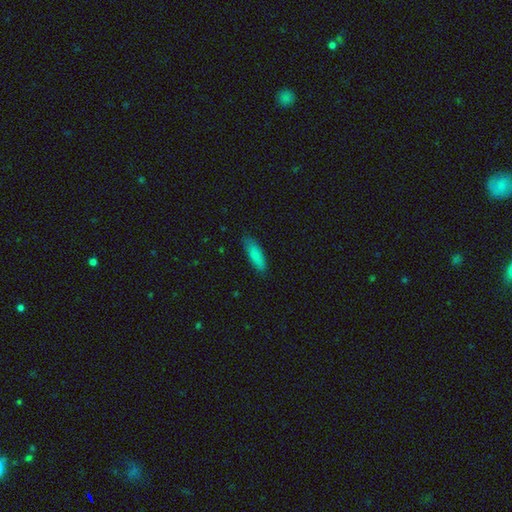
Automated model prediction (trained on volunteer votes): smooth 86%, featured or disk 8%, star or artifact 6%. Down the decision tree: how rounded — in between (50%); merging — none (79%).